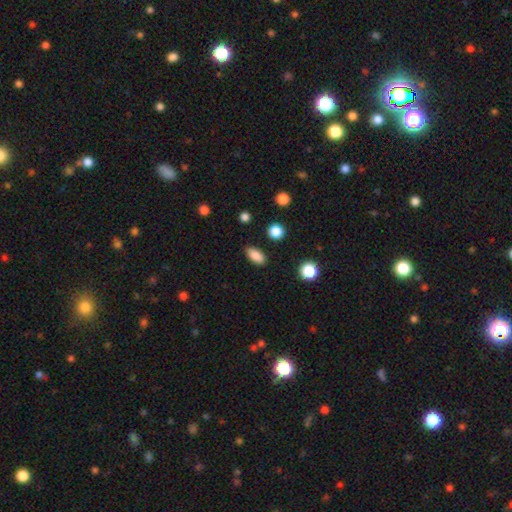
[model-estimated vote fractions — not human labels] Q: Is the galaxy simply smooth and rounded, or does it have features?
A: smooth — 87%.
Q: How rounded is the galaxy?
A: in between — 88%.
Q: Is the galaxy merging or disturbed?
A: none — 87%.